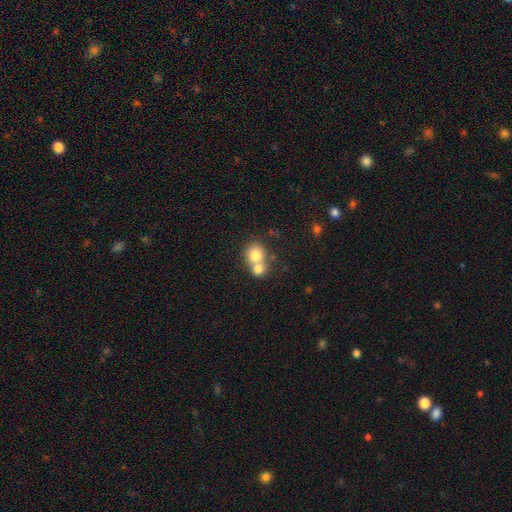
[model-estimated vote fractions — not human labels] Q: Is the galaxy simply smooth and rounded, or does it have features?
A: smooth — 76%.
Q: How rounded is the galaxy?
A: round — 78%.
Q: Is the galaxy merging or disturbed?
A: merger — 63%.